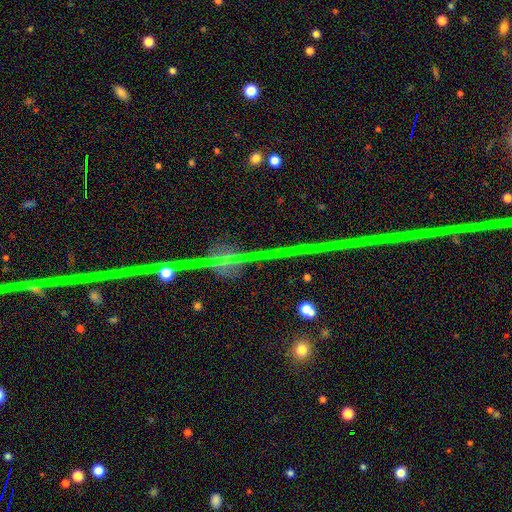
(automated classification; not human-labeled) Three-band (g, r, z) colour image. It shows a star or artifact, not a galaxy (47%).